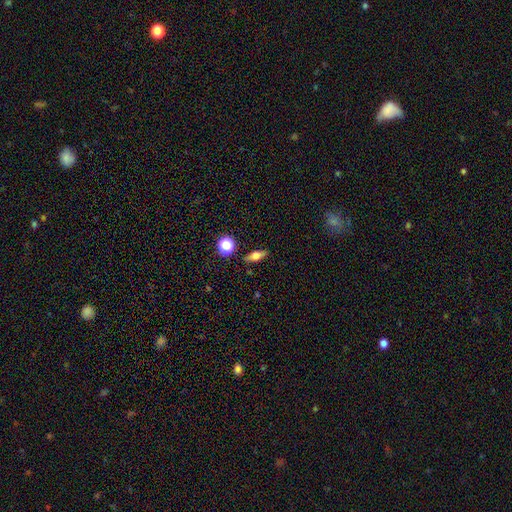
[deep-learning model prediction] Morphology: type=smooth (52%); roundness=in between (58%); merging=none (87%).